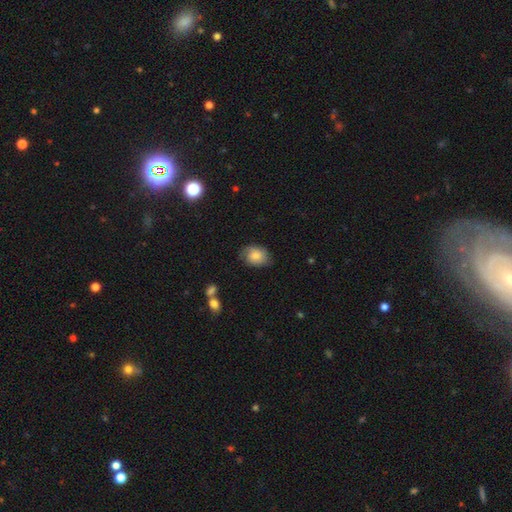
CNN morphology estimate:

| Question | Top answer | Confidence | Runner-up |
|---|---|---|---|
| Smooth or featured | smooth | 78% | featured or disk (15%) |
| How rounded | in between | 65% | round (34%) |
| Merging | none | 71% | minor disturbance (23%) |